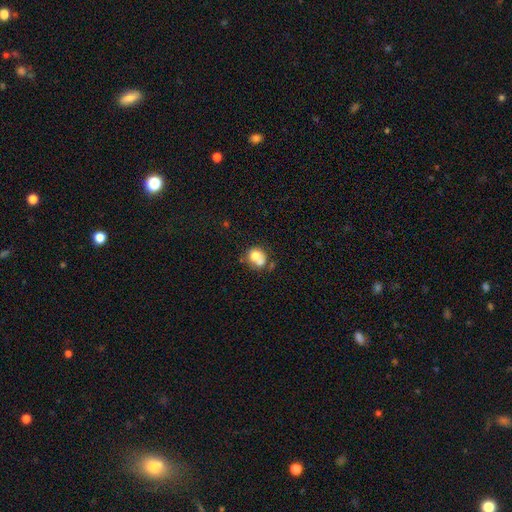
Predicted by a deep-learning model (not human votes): smooth-or-featured: smooth: 70% | featured or disk: 20% | star or artifact: 10%
  how-rounded: round: 69% | in between: 30% | cigar-shaped: 1%
  merging: none: 39% | merger: 37% | minor disturbance: 17% | major disturbance: 8%